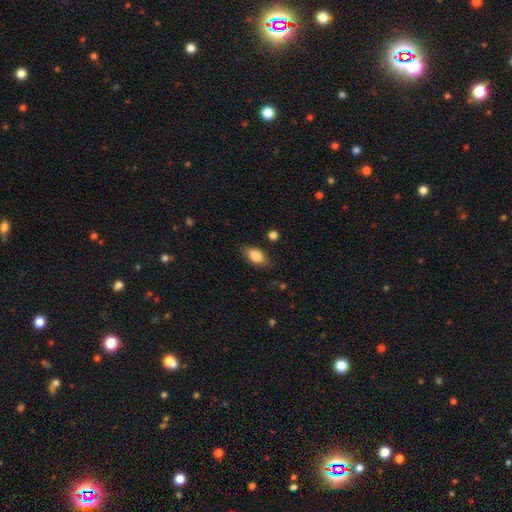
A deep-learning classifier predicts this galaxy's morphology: smooth-or-featured: smooth: 81% | featured or disk: 12% | star or artifact: 7%
  how-rounded: in between: 87% | round: 8% | cigar-shaped: 6%
  merging: none: 79% | minor disturbance: 16% | major disturbance: 4% | merger: 2%